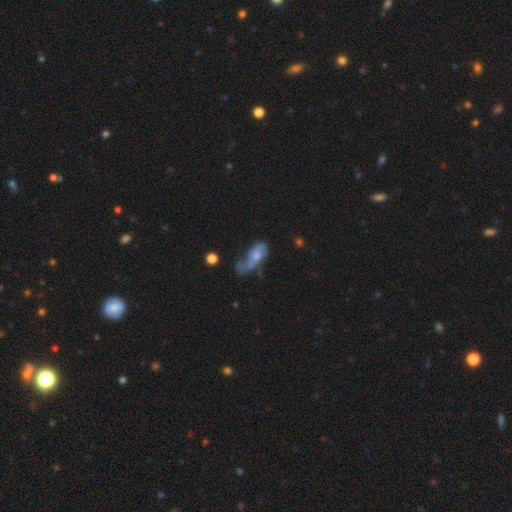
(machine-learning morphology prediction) Overall: featured or disk (49%; smooth 42%). Merging: major disturbance (37%; minor disturbance 23%).